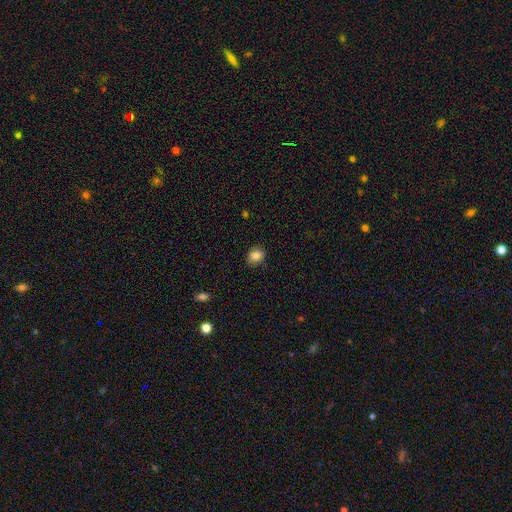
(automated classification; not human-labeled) smooth-or-featured: smooth: 85% | star or artifact: 10% | featured or disk: 6%
  how-rounded: in between: 51% | round: 48% | cigar-shaped: 1%
  merging: none: 83% | minor disturbance: 13% | major disturbance: 3% | merger: 1%